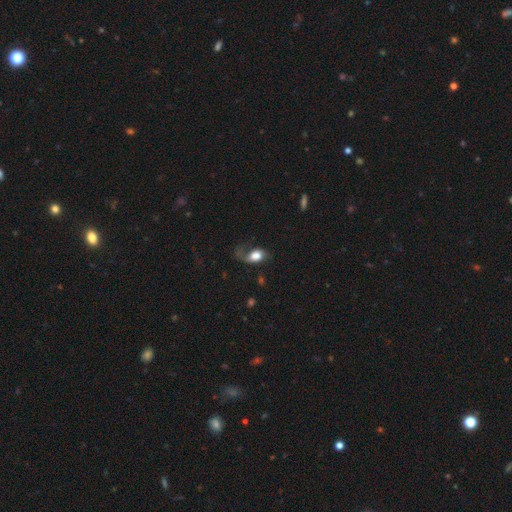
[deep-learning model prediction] The model was most divided on "merging": major disturbance: 47%, none: 29%, minor disturbance: 21%, merger: 4%. More confident: how rounded — in between (77%); smooth or featured — smooth (59%).